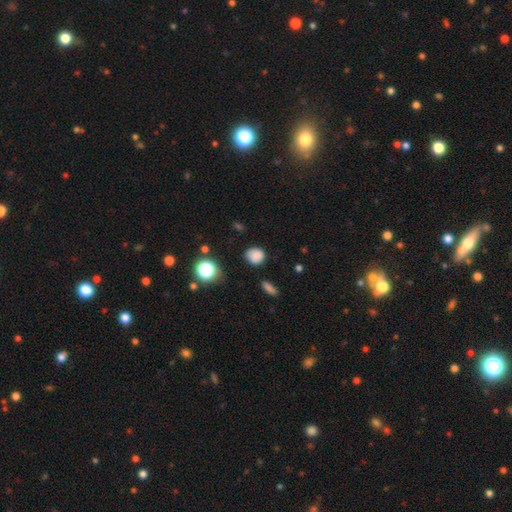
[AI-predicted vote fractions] smooth_or_featured: smooth (p=0.82) [alt: star or artifact p=0.13]
how_rounded: round (p=0.79) [alt: in between p=0.20]
merging: none (p=0.77) [alt: minor disturbance p=0.17]